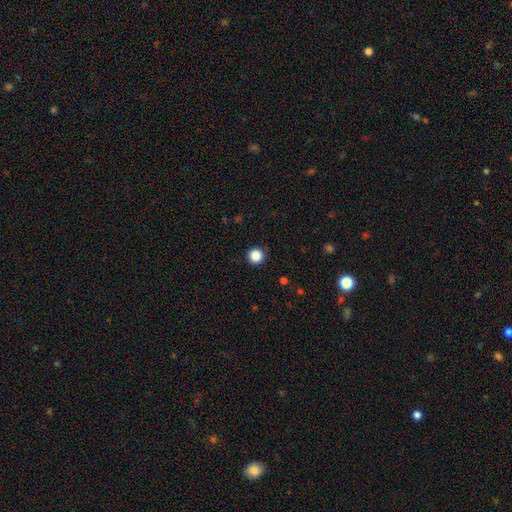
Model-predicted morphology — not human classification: smooth-or-featured: smooth: 87% | star or artifact: 10% | featured or disk: 3%
  how-rounded: round: 96% | in between: 3% | cigar-shaped: 1%
  merging: none: 92% | minor disturbance: 6% | major disturbance: 2% | merger: 1%